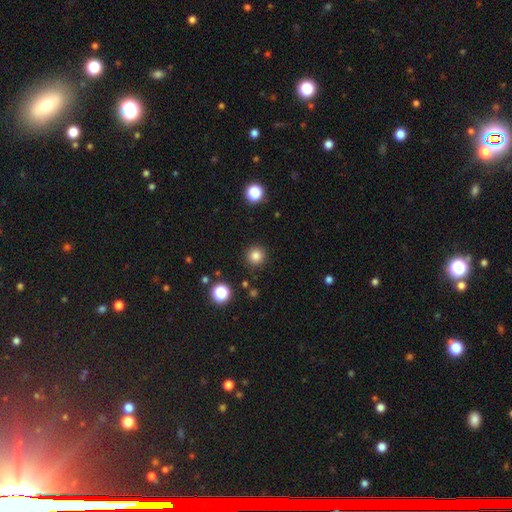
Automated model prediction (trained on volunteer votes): This appears to be a smooth galaxy with no disk features (83%) that is round (95%). Merging: none (91%).